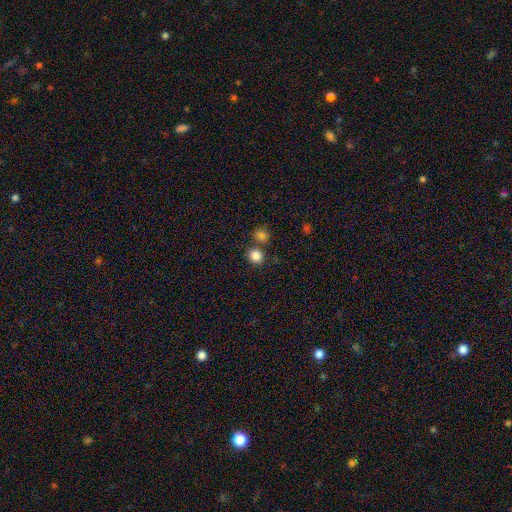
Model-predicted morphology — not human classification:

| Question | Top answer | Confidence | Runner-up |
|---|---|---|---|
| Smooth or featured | smooth | 85% | star or artifact (11%) |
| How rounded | round | 83% | in between (16%) |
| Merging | none | 74% | merger (15%) |